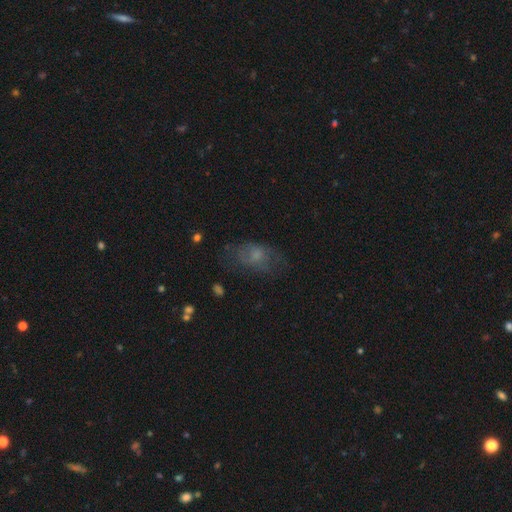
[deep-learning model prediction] The model was most divided on "smooth or featured": smooth: 54%, featured or disk: 33%, star or artifact: 13%. More confident: how rounded — in between (84%); merging — none (53%).